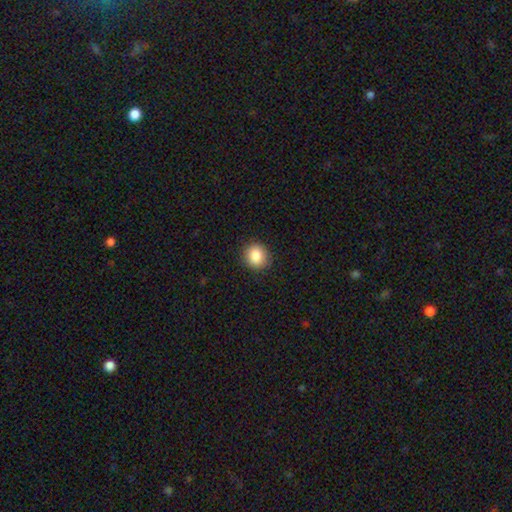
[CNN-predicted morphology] Q: Smooth or featured?
A: smooth (86%); runner-up: star or artifact (9%)
Q: How rounded?
A: round (83%); runner-up: in between (16%)
Q: Merging?
A: none (89%); runner-up: minor disturbance (8%)